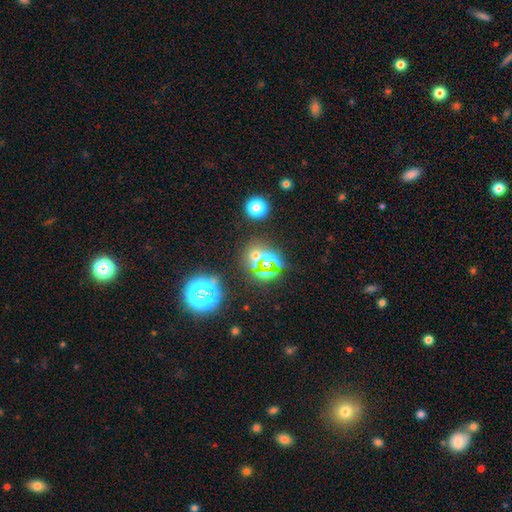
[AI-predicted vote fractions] A star or artifact, not a galaxy (63%).

Vote fractions:
- Smooth or featured? star or artifact: 63% / smooth: 28% / featured or disk: 9%